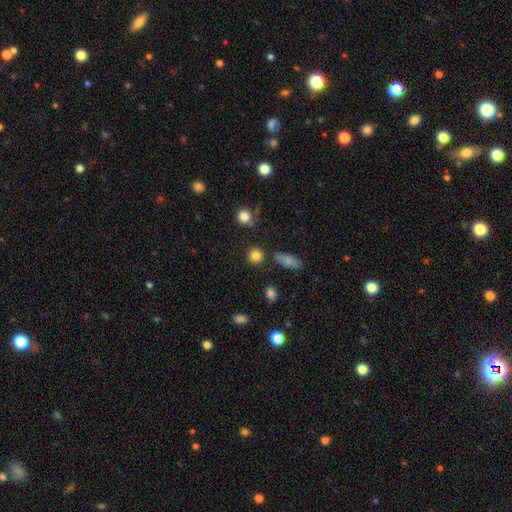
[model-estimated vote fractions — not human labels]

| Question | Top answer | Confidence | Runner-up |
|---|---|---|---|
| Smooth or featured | smooth | 83% | star or artifact (12%) |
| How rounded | round | 90% | in between (9%) |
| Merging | none | 83% | minor disturbance (9%) |